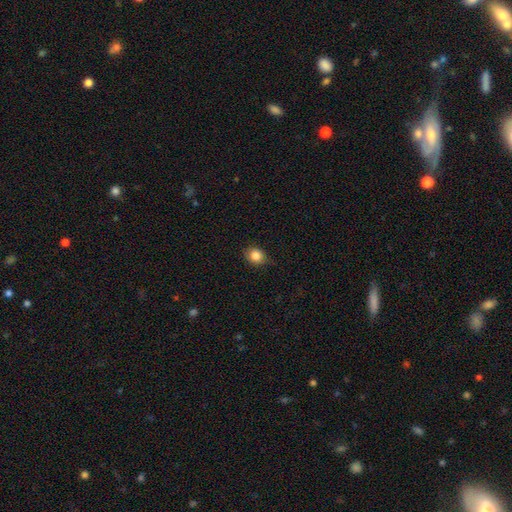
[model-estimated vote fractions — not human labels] smooth-or-featured: smooth: 85% | star or artifact: 10% | featured or disk: 5%
  how-rounded: round: 62% | in between: 37% | cigar-shaped: 1%
  merging: none: 82% | minor disturbance: 14% | major disturbance: 3% | merger: 1%